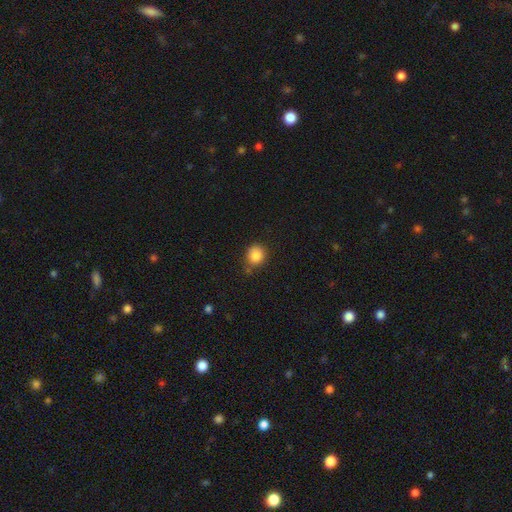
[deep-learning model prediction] Overall: smooth (86%). How rounded: round (83%). Merging: none (70%).